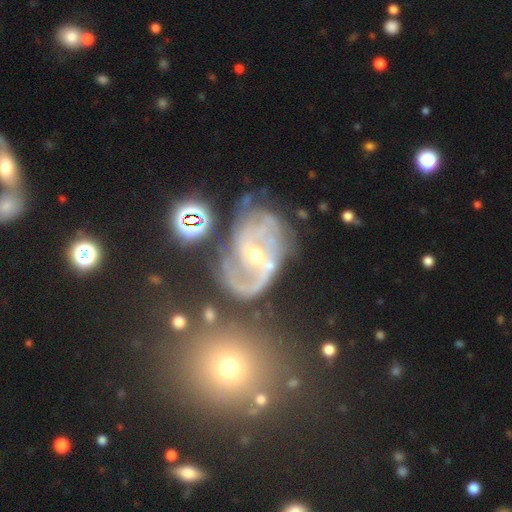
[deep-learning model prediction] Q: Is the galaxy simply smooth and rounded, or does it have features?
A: featured or disk — 83%.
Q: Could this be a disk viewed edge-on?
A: no — 97%.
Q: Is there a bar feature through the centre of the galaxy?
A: weak — 42%.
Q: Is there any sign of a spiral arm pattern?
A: yes — 91%.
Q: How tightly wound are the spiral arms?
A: medium — 45%.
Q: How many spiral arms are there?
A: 2 — 50%.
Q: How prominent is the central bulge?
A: small — 64%.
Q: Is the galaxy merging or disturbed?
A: none — 45%.